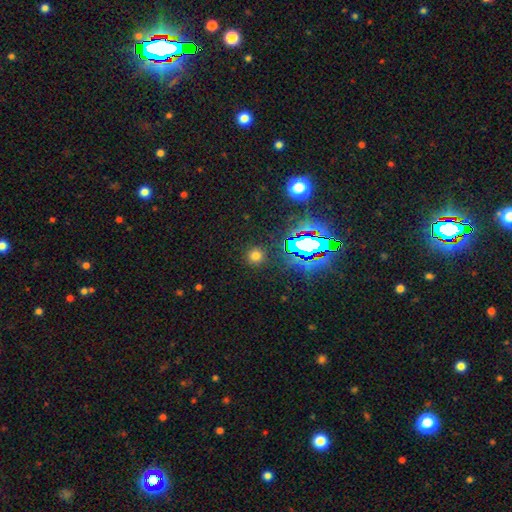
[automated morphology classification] smooth_or_featured: smooth (p=0.66) [alt: star or artifact p=0.28]
how_rounded: round (p=0.93) [alt: in between p=0.06]
merging: none (p=0.90) [alt: minor disturbance p=0.06]